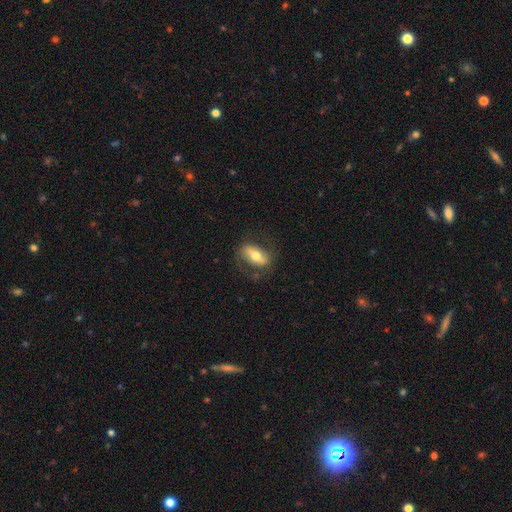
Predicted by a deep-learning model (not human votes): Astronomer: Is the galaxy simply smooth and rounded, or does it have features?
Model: featured or disk — 47% (runner-up: smooth, 46%).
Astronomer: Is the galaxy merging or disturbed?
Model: none — 72%.